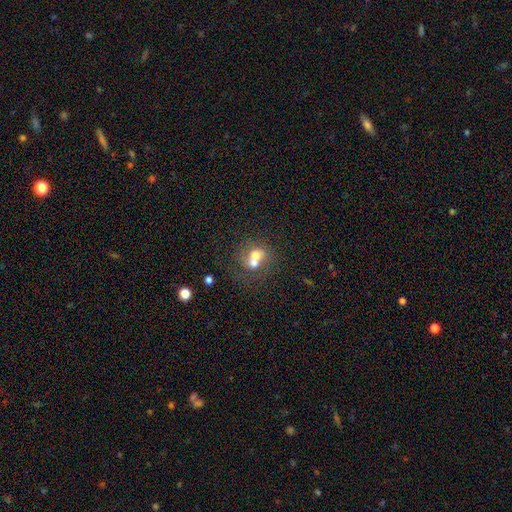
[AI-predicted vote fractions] The model was most divided on "smooth or featured": smooth: 56%, featured or disk: 32%, star or artifact: 11%. More confident: how rounded — round (65%); merging — merger (64%).